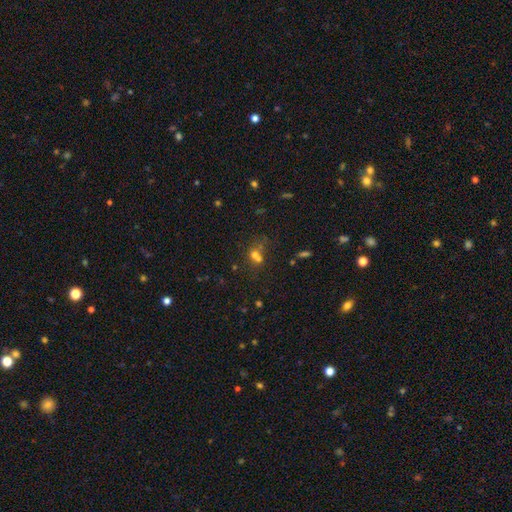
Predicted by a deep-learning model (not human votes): smooth 57%, star or artifact 25%, featured or disk 18%. Down the decision tree: how rounded — round (61%); merging — merger (54%).